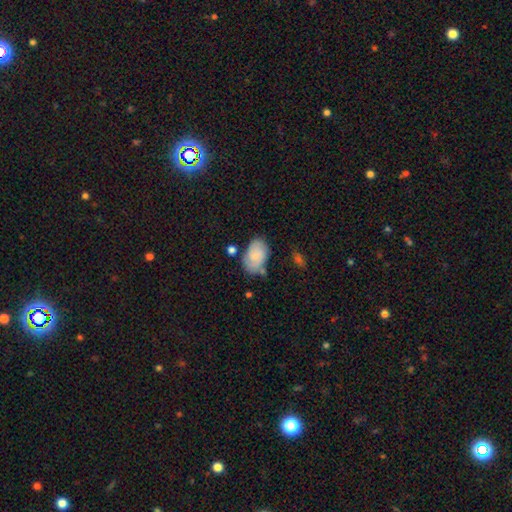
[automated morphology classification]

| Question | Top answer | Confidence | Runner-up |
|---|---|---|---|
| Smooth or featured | smooth | 66% | featured or disk (27%) |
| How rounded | in between | 89% | round (10%) |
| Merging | none | 61% | minor disturbance (23%) |